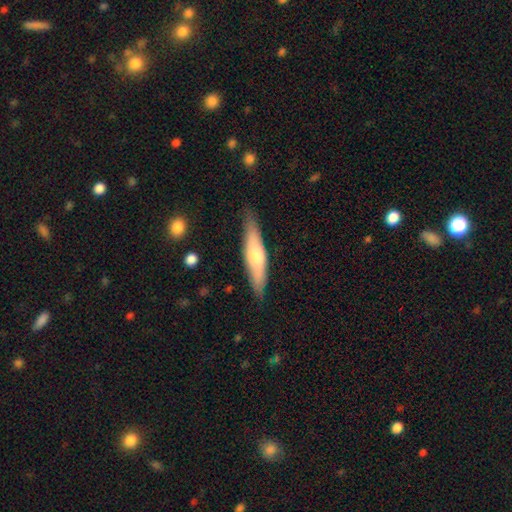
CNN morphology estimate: Overall: smooth (56%; featured or disk 38%). How rounded: cigar-shaped (76%). Merging: none (82%).